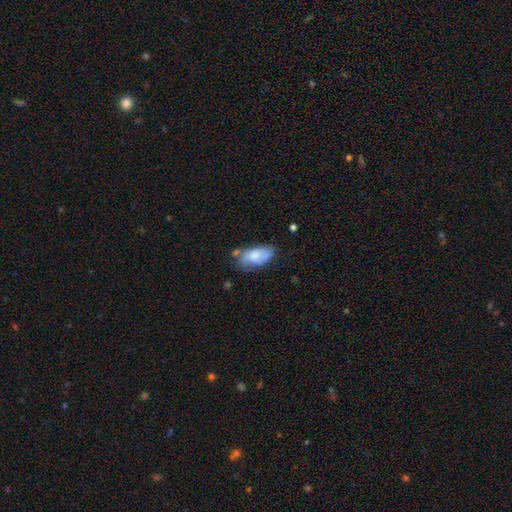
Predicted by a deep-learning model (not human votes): Overall: smooth (61%; featured or disk 32%). How rounded: in between (91%). Merging: none (53%; minor disturbance 30%).